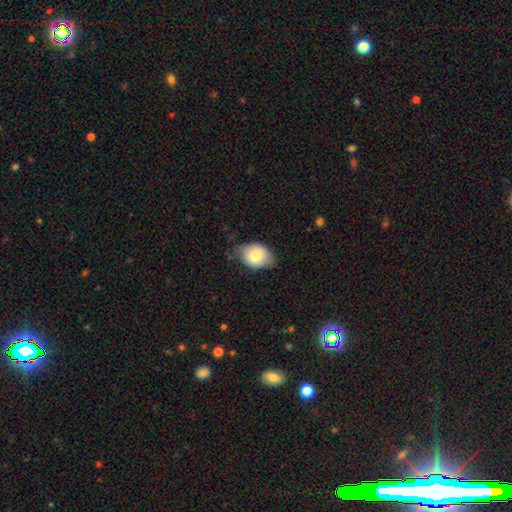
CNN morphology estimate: type=smooth (78%); roundness=in between (71%); merging=none (65%).